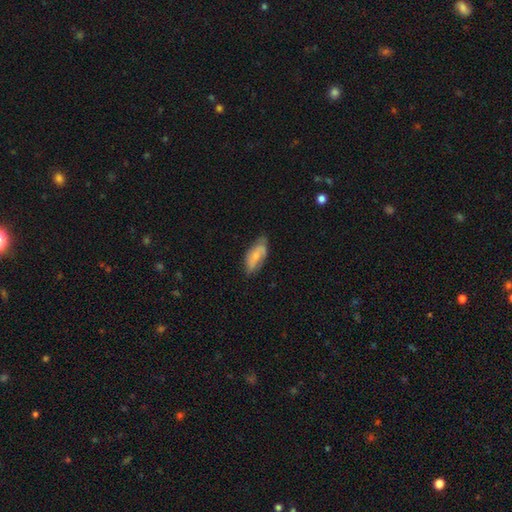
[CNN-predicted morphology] The model was most divided on "smooth or featured": smooth: 58%, featured or disk: 35%, star or artifact: 7%. More confident: how rounded — in between (85%); merging — none (57%).